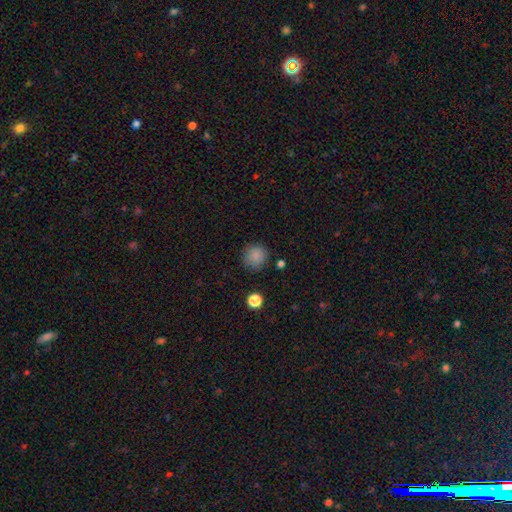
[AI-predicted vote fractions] Q: Smooth or featured?
A: smooth (83%); runner-up: star or artifact (12%)
Q: How rounded?
A: round (91%); runner-up: in between (8%)
Q: Merging?
A: none (81%); runner-up: minor disturbance (13%)